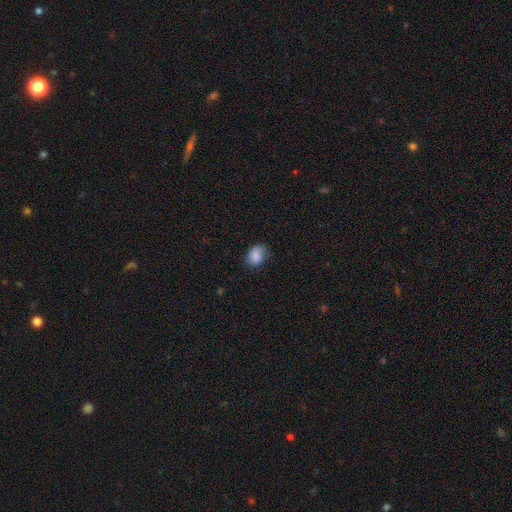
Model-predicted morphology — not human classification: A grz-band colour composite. It shows a smooth galaxy with no disk features (83%) that is in between round and cigar-shaped (65%). Merging: none (58%).